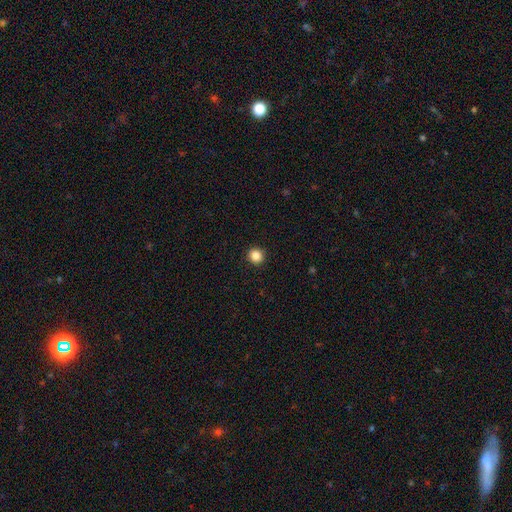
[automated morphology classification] smooth 86%, star or artifact 11%, featured or disk 3%. Down the decision tree: how rounded — round (93%); merging — none (93%).